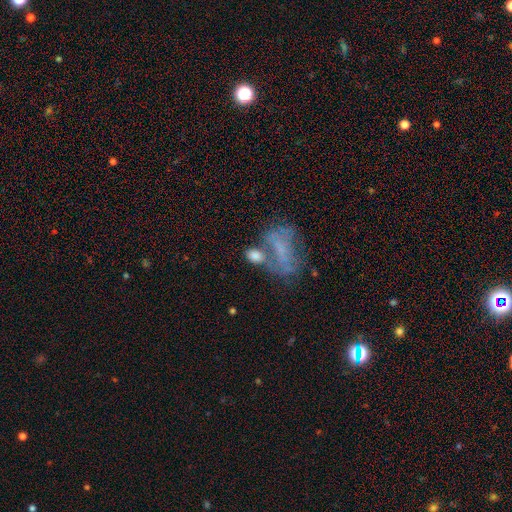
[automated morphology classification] The model was most divided on "merging": none: 35%, merger: 30%, major disturbance: 18%, minor disturbance: 17%. More confident: how rounded — in between (84%); smooth or featured — smooth (66%).